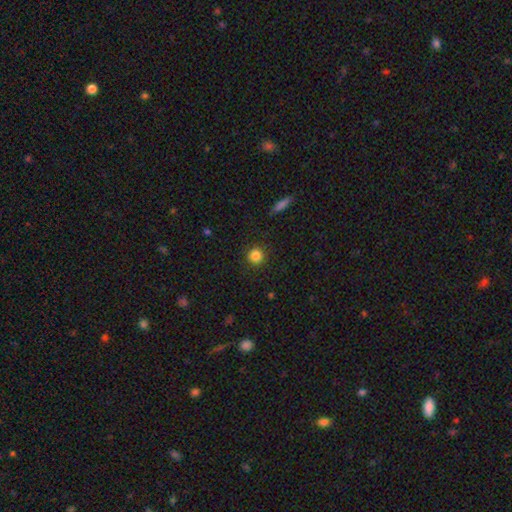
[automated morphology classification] Overall: smooth (85%). How rounded: round (94%). Merging: none (90%).